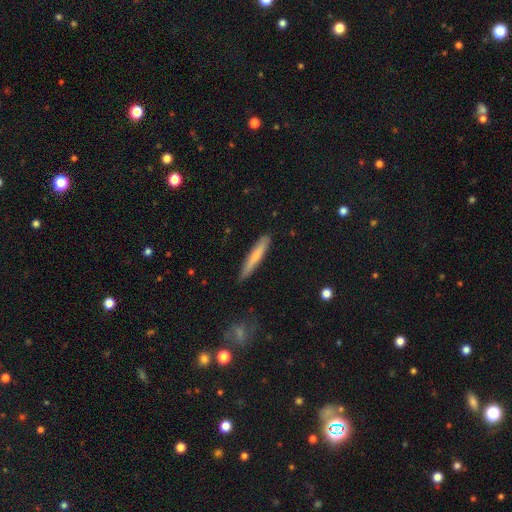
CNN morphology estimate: Smooth or featured?
  - smooth: 60% *
  - featured or disk: 34%
  - star or artifact: 6%
How rounded?
  - cigar-shaped: 93% *
  - in between: 6%
  - round: 1%
Merging?
  - none: 85% *
  - minor disturbance: 11%
  - major disturbance: 2%
  - merger: 1%